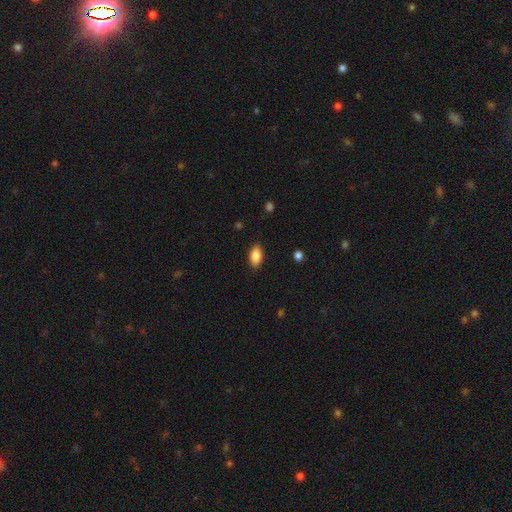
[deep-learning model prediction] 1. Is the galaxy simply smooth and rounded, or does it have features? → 86% smooth, 7% star or artifact, 7% featured or disk.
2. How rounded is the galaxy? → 92% in between, 5% cigar-shaped, 3% round.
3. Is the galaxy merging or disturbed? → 87% none, 10% minor disturbance, 2% major disturbance, 1% merger.